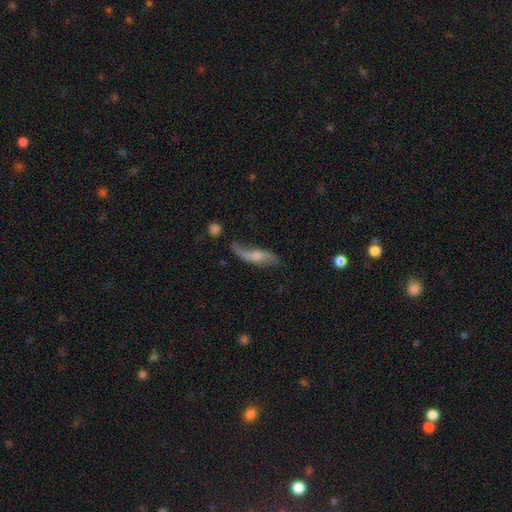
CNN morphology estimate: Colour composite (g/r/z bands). It shows a featured or disk galaxy (68%) with no bar (61%), spiral arms (87%) and a small central bulge (52%). Merging: none (48%).